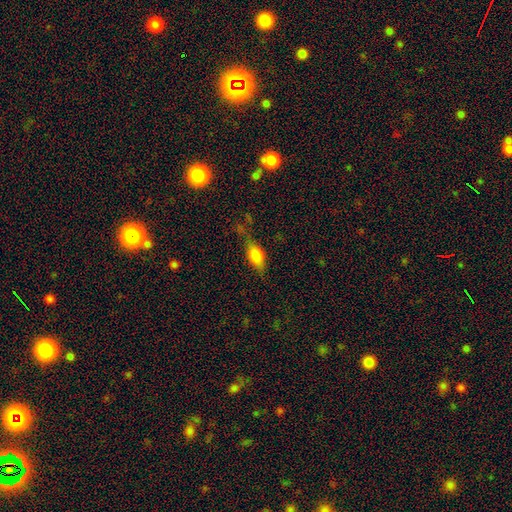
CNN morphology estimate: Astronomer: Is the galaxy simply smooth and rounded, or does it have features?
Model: smooth — 74%.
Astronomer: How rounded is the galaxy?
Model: in between — 83%.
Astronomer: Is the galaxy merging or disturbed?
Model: none — 56%.